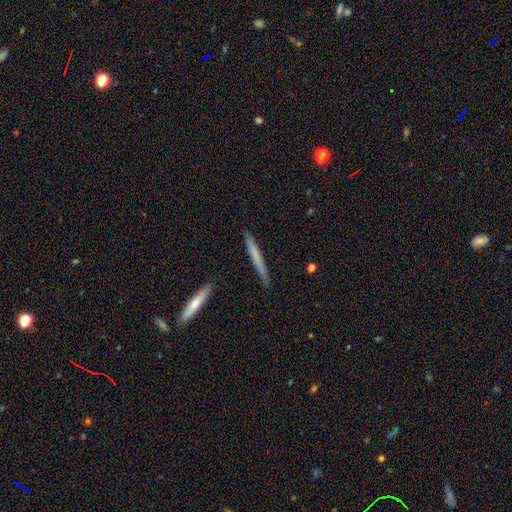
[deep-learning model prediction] smooth_or_featured: smooth (p=0.60) [alt: featured or disk p=0.35]
how_rounded: cigar-shaped (p=0.96) [alt: in between p=0.02]
merging: none (p=0.87) [alt: minor disturbance p=0.10]